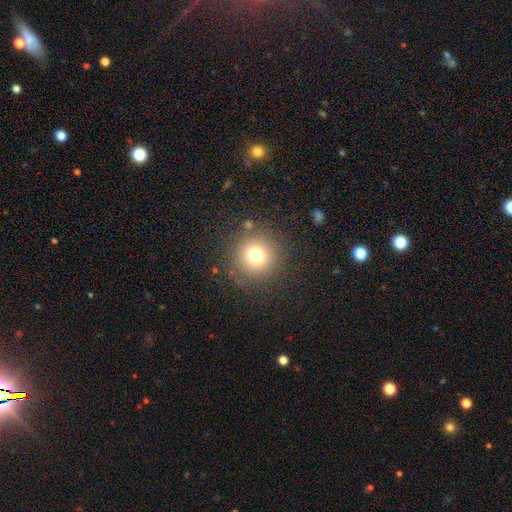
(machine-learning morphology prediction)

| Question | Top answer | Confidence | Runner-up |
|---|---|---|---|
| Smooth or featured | smooth | 76% | star or artifact (14%) |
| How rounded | round | 95% | in between (4%) |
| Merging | none | 86% | minor disturbance (8%) |